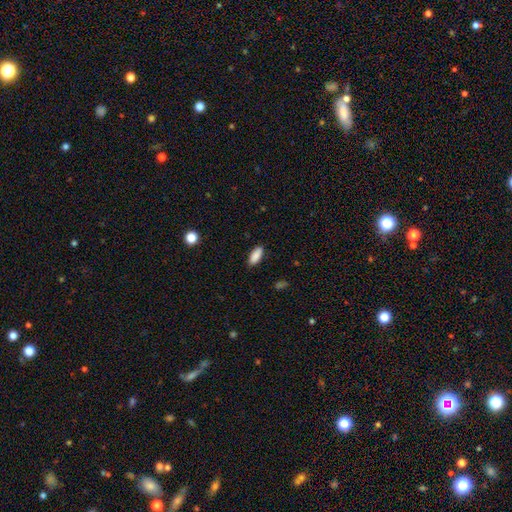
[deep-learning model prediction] smooth 89%, star or artifact 7%, featured or disk 4%. Down the decision tree: how rounded — in between (80%); merging — none (87%).